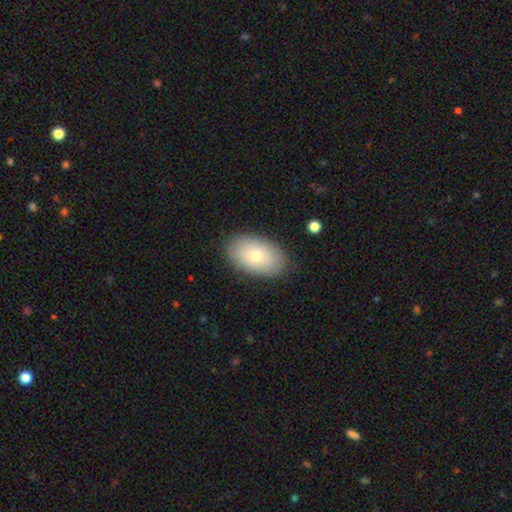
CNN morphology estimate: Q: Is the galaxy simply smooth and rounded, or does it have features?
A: smooth — 75%.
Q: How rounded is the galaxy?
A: in between — 91%.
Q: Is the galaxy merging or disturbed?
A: none — 85%.